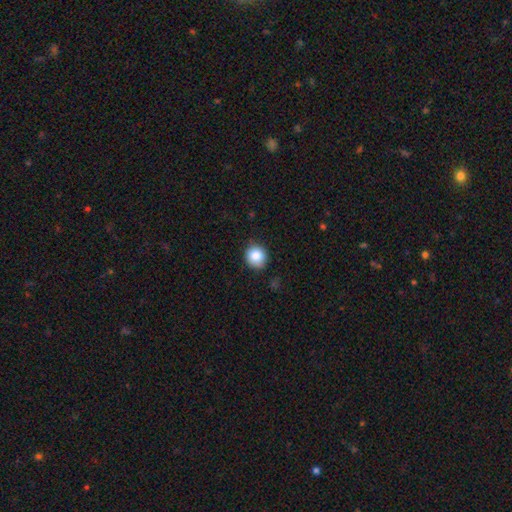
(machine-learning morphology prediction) Overall: smooth (87%). How rounded: round (83%). Merging: none (83%).